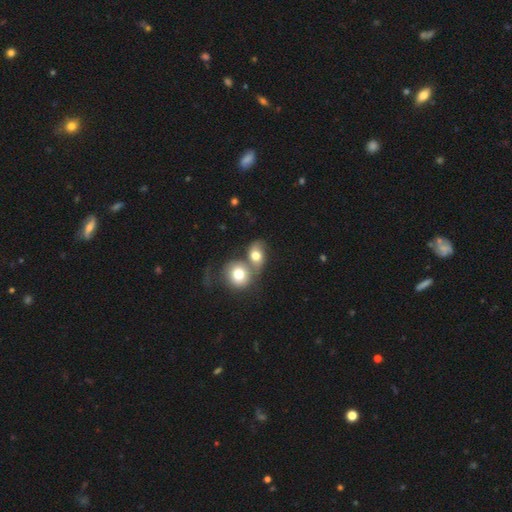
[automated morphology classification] Smooth or featured?
  - smooth: 67% *
  - featured or disk: 24%
  - star or artifact: 9%
How rounded?
  - round: 55% *
  - in between: 43%
  - cigar-shaped: 2%
Merging?
  - merger: 63% *
  - none: 22%
  - minor disturbance: 8%
  - major disturbance: 7%